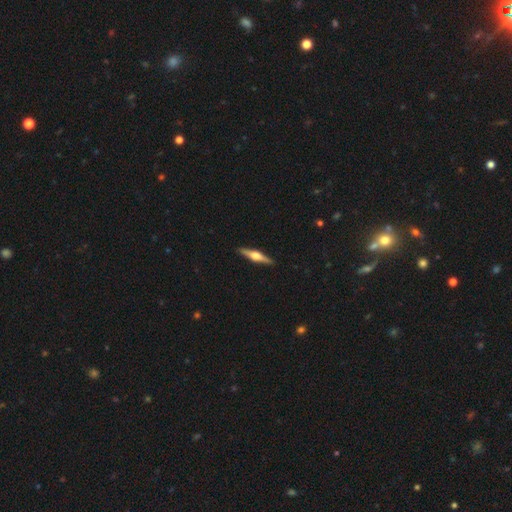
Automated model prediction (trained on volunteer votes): Smooth or featured? featured or disk (72%)
Edge-on disk? yes (98%)
Edge-on bulge? rounded (92%)
Merging? none (92%)